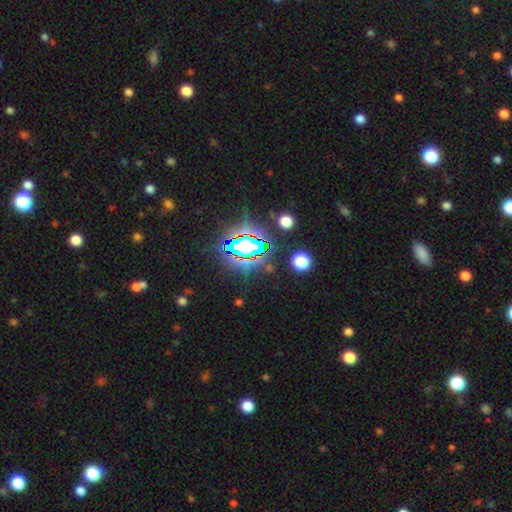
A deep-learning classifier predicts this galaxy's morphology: smooth-or-featured: star or artifact: 79% | smooth: 13% | featured or disk: 8%